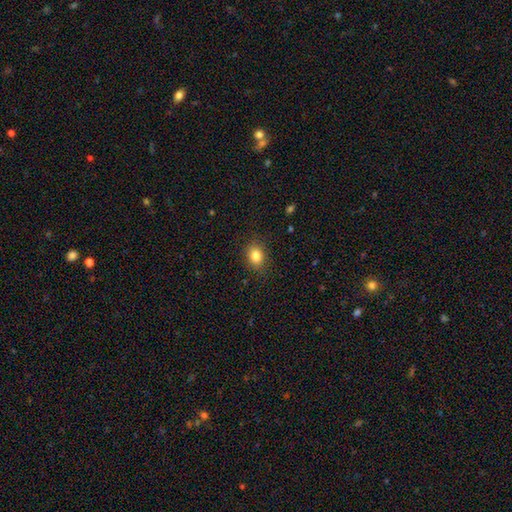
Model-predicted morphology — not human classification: type=smooth (83%); roundness=in between (60%); merging=none (87%).